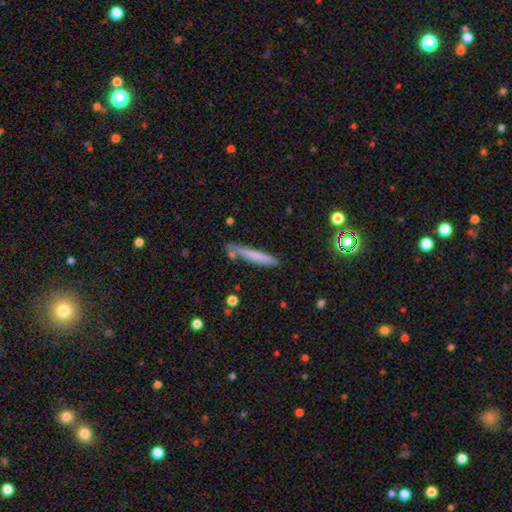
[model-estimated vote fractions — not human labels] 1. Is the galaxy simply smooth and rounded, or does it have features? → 71% smooth, 21% featured or disk, 8% star or artifact.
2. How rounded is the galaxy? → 93% cigar-shaped, 5% in between, 1% round.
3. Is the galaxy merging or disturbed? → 75% none, 16% minor disturbance, 6% merger, 3% major disturbance.